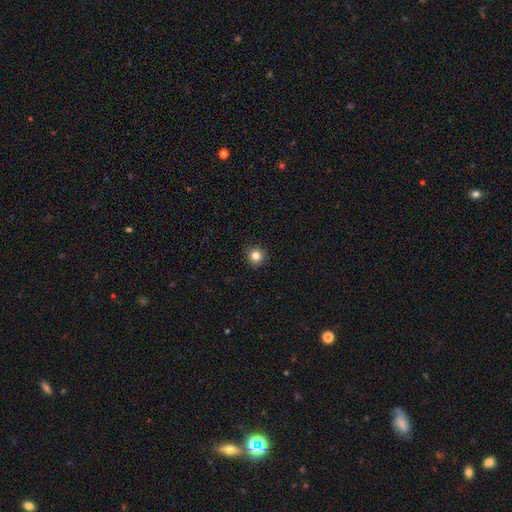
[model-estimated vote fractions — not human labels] This is clearly a smooth galaxy (84%). How rounded: clearly round (95%). Merging: clearly none (92%).